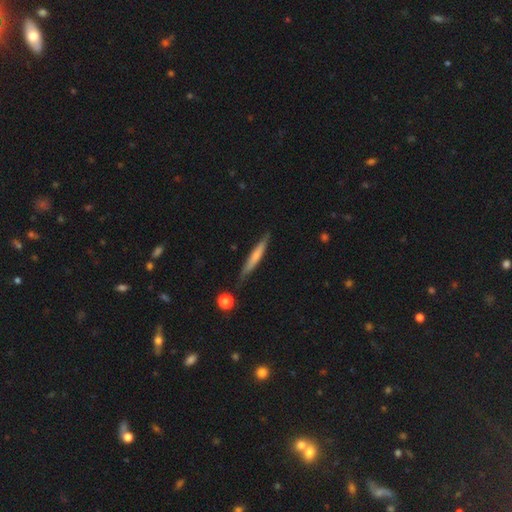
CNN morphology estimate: Overall: smooth (58%; featured or disk 36%). How rounded: cigar-shaped (94%). Merging: none (80%).